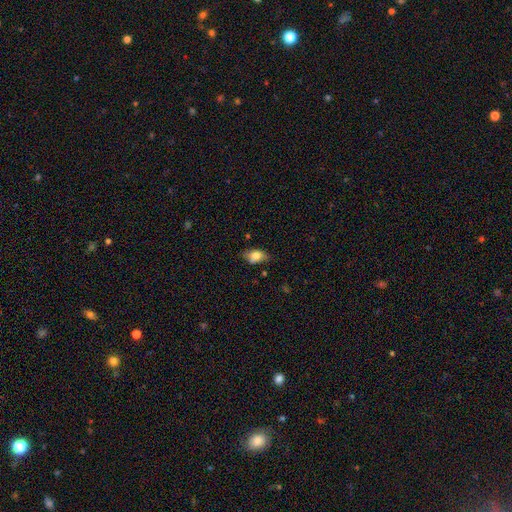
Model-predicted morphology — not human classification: Smooth or featured?
  - smooth: 77% *
  - featured or disk: 15%
  - star or artifact: 8%
How rounded?
  - in between: 84% *
  - round: 12%
  - cigar-shaped: 3%
Merging?
  - none: 66% *
  - minor disturbance: 26%
  - major disturbance: 5%
  - merger: 3%